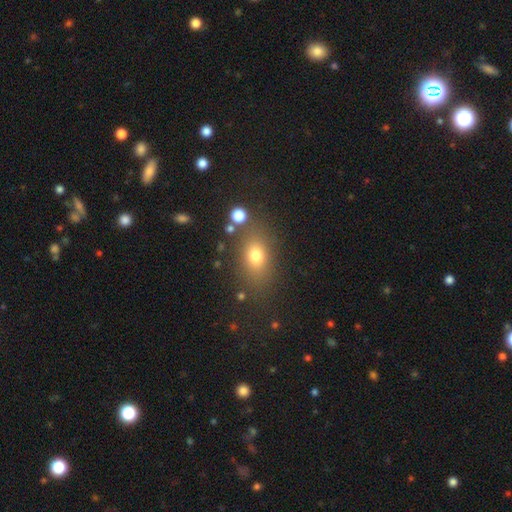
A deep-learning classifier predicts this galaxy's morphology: smooth-or-featured: smooth: 74% | star or artifact: 13% | featured or disk: 12%
  how-rounded: in between: 73% | round: 22% | cigar-shaped: 5%
  merging: none: 77% | minor disturbance: 12% | major disturbance: 6% | merger: 5%